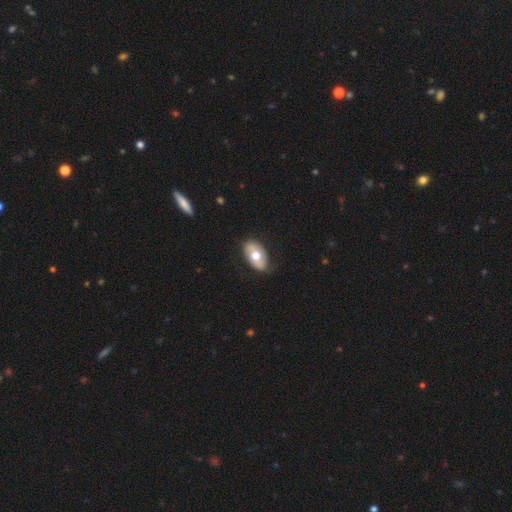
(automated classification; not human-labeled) Smooth or featured? Predicted: smooth (p=0.58). How rounded? Predicted: in between (p=0.92). Merging? Predicted: none (p=0.76).